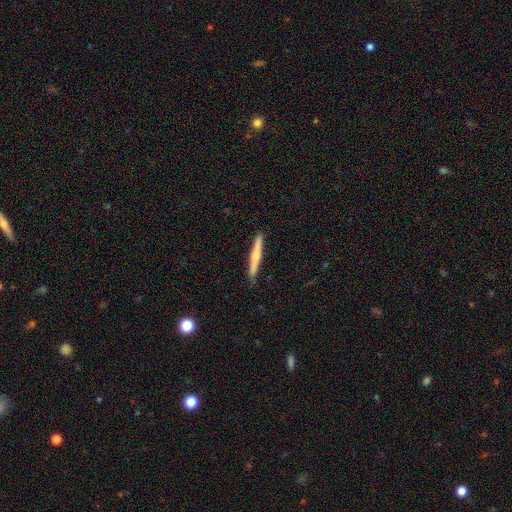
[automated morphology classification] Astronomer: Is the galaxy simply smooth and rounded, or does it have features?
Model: smooth — 48% (runner-up: featured or disk, 46%).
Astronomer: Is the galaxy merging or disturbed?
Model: none — 88%.